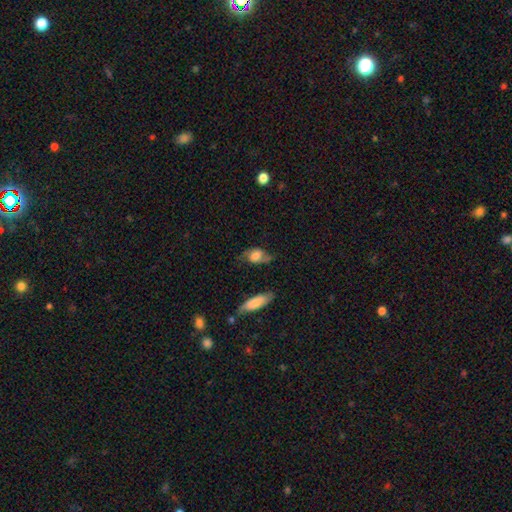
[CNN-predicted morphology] smooth-or-featured: featured or disk: 51% | smooth: 41% | star or artifact: 8%
  disk-edge-on: no: 88% | yes: 12%
  merging: none: 59% | minor disturbance: 25% | major disturbance: 12% | merger: 4%